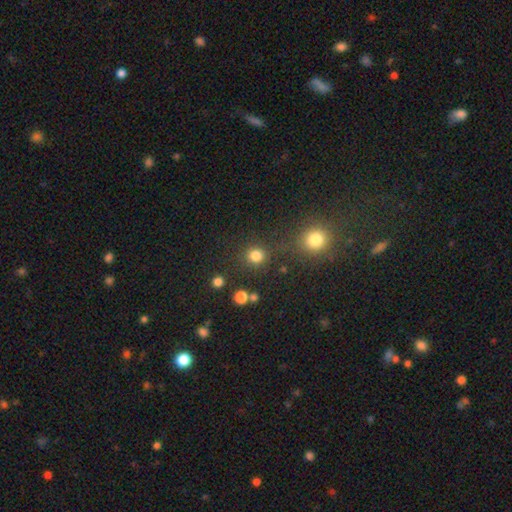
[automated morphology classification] A smooth galaxy with no disk features (82%) that is round (90%).

Vote fractions:
- Smooth or featured? smooth: 82% / star or artifact: 14% / featured or disk: 4%
- How rounded? round: 90% / in between: 9% / cigar-shaped: 1%
- Merging? none: 82% / minor disturbance: 7% / merger: 7% / major disturbance: 4%